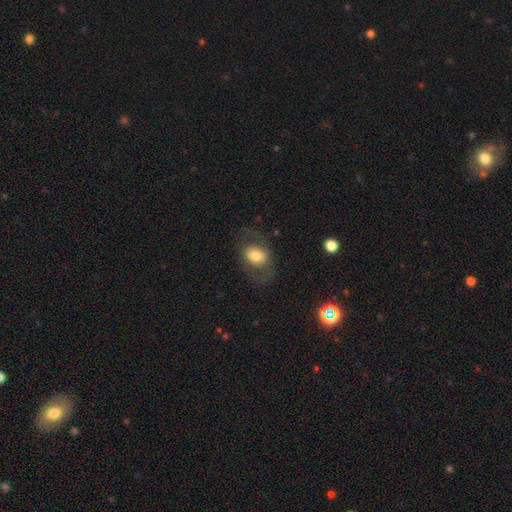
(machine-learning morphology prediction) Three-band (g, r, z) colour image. It shows a smooth galaxy with no disk features (57%) that is in between round and cigar-shaped (57%). Merging: none (68%).